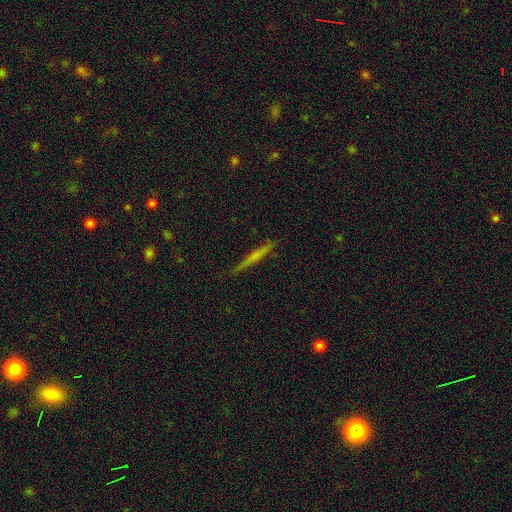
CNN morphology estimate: Smooth or featured?
  - smooth: 47% *
  - featured or disk: 45%
  - star or artifact: 8%
Merging?
  - none: 85% *
  - minor disturbance: 12%
  - major disturbance: 2%
  - merger: 2%